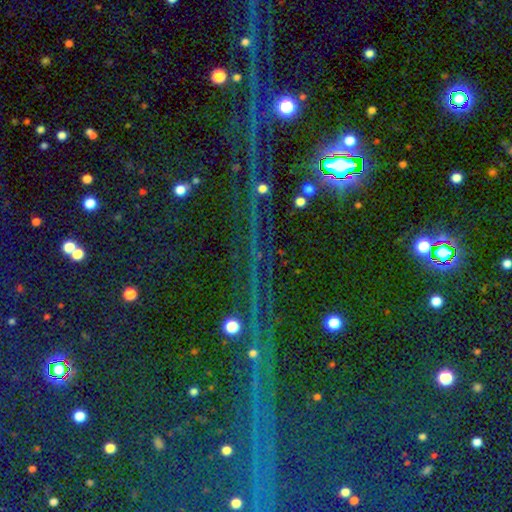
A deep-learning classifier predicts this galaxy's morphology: The model was most divided on "smooth or featured": star or artifact: 83%, featured or disk: 8%, smooth: 8%.